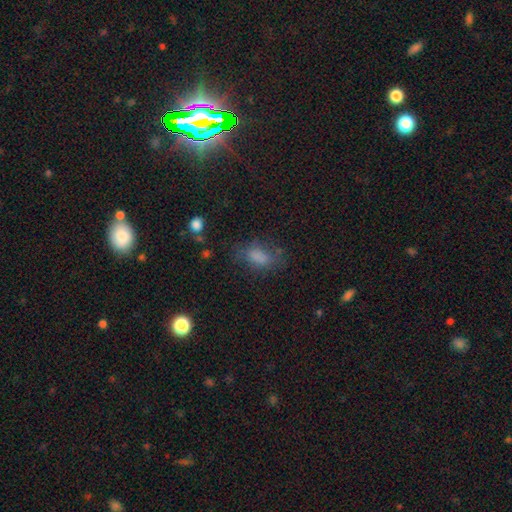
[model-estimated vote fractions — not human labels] Q: Smooth or featured?
A: smooth (69%); runner-up: star or artifact (20%)
Q: How rounded?
A: in between (82%); runner-up: round (11%)
Q: Merging?
A: none (61%); runner-up: minor disturbance (23%)